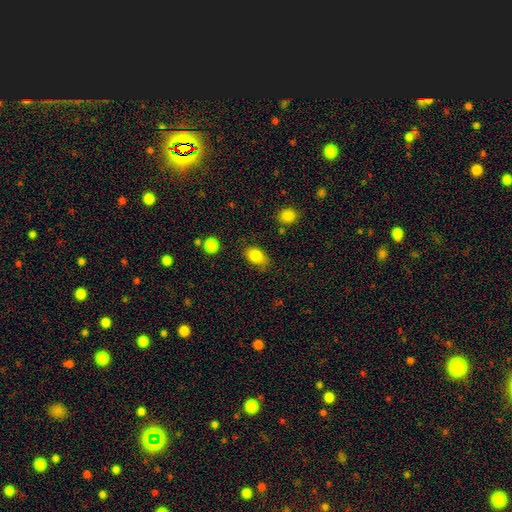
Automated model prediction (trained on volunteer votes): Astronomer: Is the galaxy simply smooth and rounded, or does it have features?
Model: smooth — 84%.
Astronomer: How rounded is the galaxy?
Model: in between — 82%.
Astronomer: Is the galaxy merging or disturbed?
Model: none — 72%.